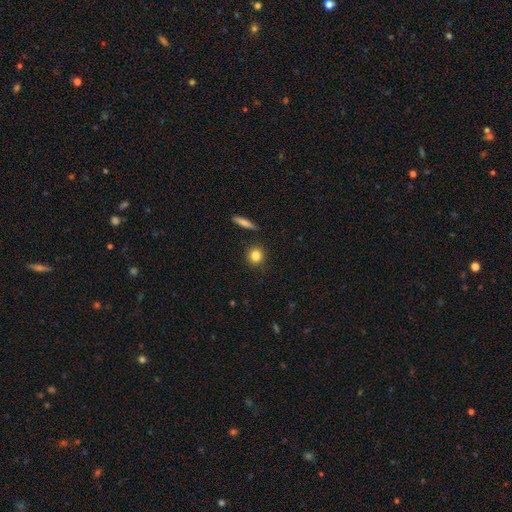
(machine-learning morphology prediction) A smooth galaxy with no disk features (83%) that is round (87%). Merging: none (88%).